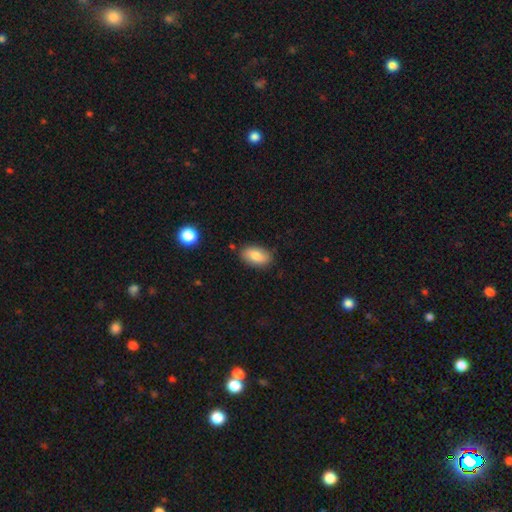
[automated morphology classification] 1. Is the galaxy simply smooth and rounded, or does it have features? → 80% smooth, 13% featured or disk, 7% star or artifact.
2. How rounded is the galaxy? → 92% in between, 5% round, 3% cigar-shaped.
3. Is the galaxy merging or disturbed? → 83% none, 12% minor disturbance, 2% major disturbance, 2% merger.